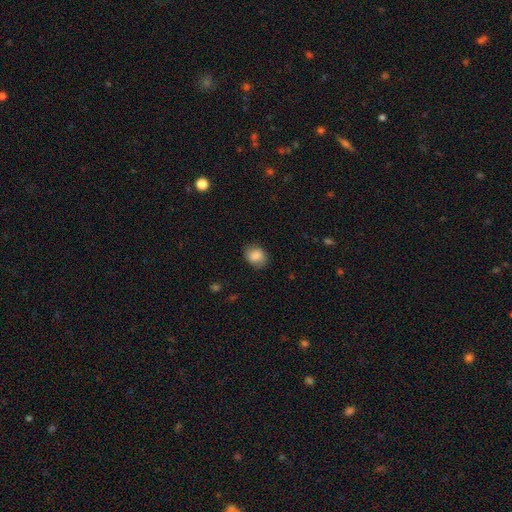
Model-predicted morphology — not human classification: smooth-or-featured: smooth: 85% | star or artifact: 8% | featured or disk: 8%
  how-rounded: round: 52% | in between: 47% | cigar-shaped: 1%
  merging: none: 79% | minor disturbance: 16% | major disturbance: 4% | merger: 1%